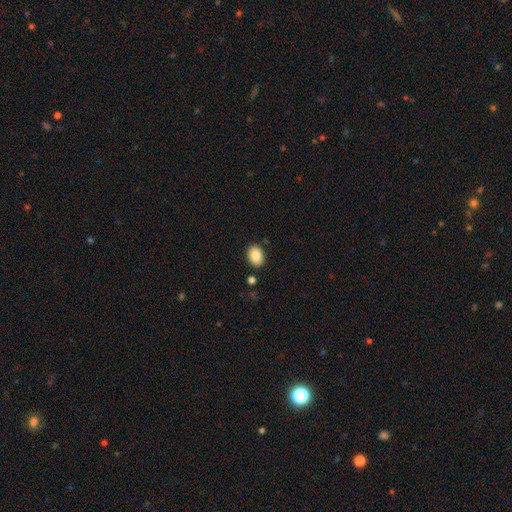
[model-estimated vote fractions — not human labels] This appears to be a smooth galaxy with no disk features (88%) that is in between round and cigar-shaped (77%). Merging: none (87%).